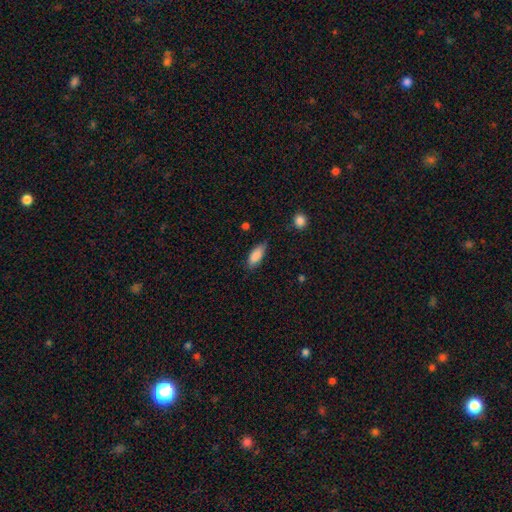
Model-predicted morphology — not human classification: smooth_or_featured: smooth (p=0.87) [alt: star or artifact p=0.07]
how_rounded: in between (p=0.80) [alt: cigar-shaped p=0.18]
merging: none (p=0.71) [alt: minor disturbance p=0.23]